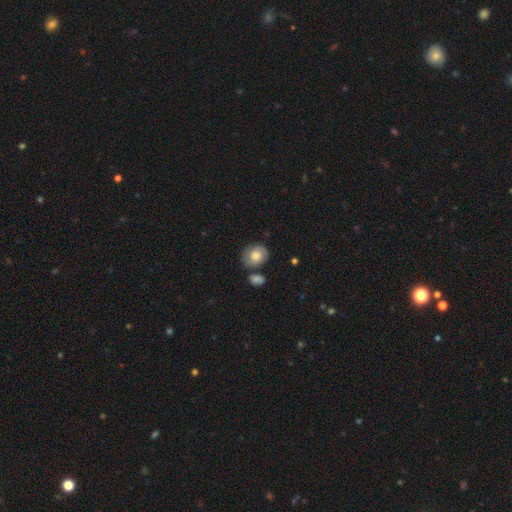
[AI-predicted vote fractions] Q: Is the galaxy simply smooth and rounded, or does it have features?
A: smooth — 53%.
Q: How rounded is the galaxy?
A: round — 64%.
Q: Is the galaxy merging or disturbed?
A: none — 69%.